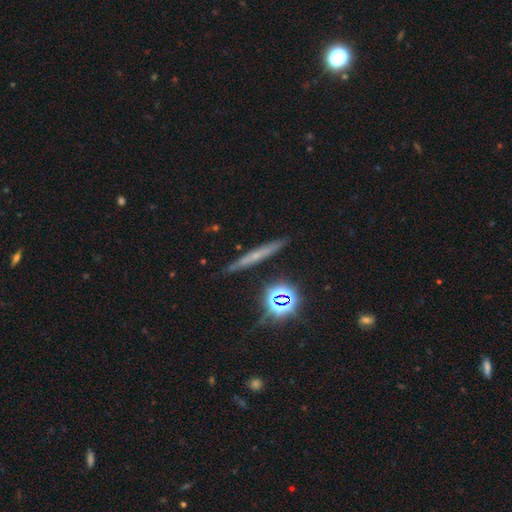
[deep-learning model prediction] This appears to be a featured or disk galaxy (42%). Merging: none (85%).